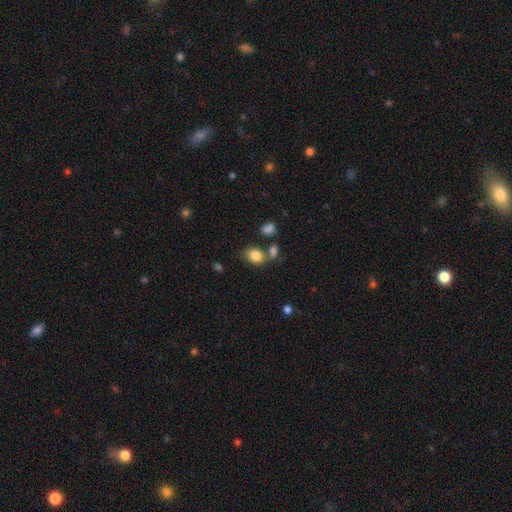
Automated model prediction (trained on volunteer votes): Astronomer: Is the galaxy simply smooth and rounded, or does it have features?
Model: smooth — 84%.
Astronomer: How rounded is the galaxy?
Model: in between — 59% (runner-up: round, 40%).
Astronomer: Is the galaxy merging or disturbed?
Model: none — 62%.